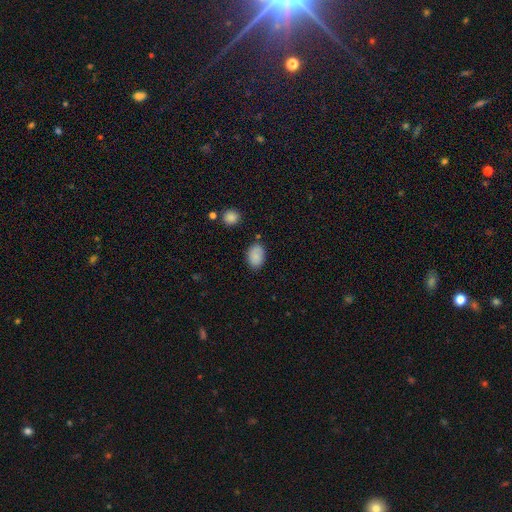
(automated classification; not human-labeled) smooth_or_featured: smooth (p=0.86) [alt: star or artifact p=0.08]
how_rounded: in between (p=0.84) [alt: round p=0.15]
merging: none (p=0.81) [alt: minor disturbance p=0.13]